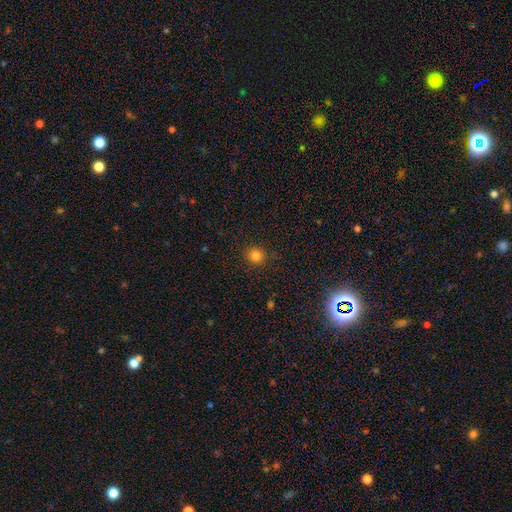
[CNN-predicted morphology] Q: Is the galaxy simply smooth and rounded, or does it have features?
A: smooth — 82%.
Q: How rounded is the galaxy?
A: round — 86%.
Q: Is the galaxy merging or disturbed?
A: none — 89%.